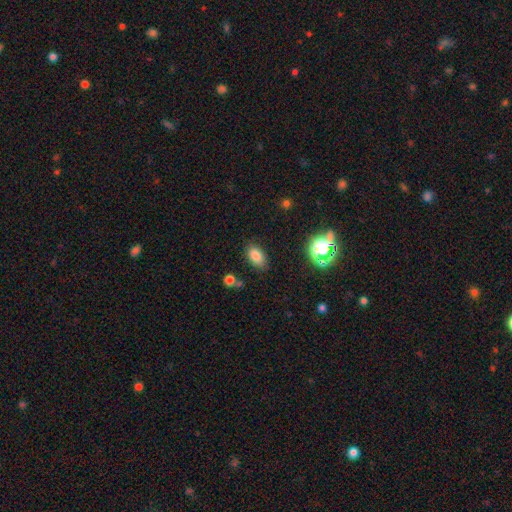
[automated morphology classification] smooth 80%, star or artifact 13%, featured or disk 7%. Down the decision tree: how rounded — in between (88%); merging — none (83%).